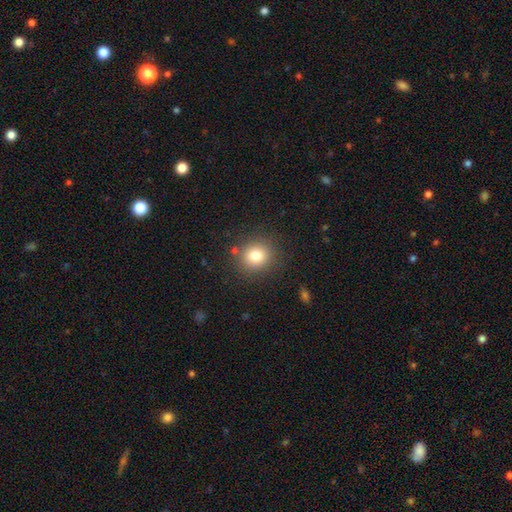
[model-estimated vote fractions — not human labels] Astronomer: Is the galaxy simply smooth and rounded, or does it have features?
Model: smooth — 79%.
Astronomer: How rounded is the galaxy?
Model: round — 87%.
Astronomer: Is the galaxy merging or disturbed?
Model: none — 85%.